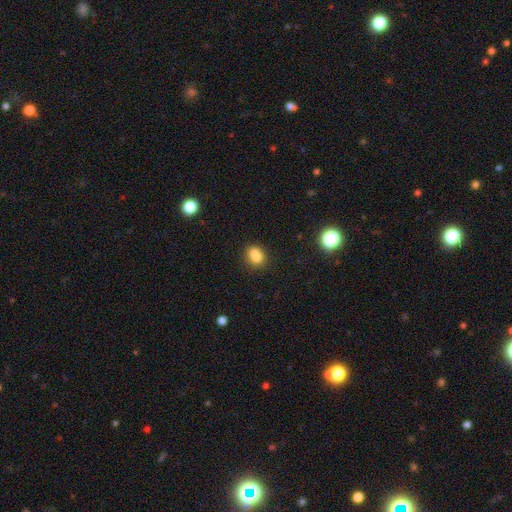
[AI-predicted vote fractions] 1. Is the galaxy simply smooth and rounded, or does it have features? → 76% smooth, 12% star or artifact, 12% featured or disk.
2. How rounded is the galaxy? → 59% round, 40% in between, 1% cigar-shaped.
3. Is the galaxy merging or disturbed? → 49% none, 32% merger, 14% minor disturbance, 5% major disturbance.